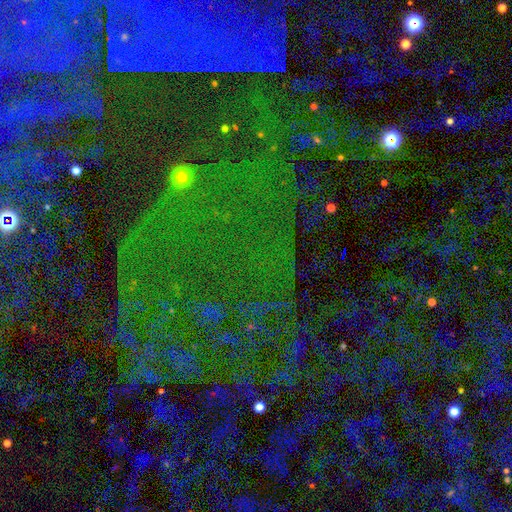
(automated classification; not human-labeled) A star or artifact, not a galaxy (81%).

Vote fractions:
- Smooth or featured? star or artifact: 81% / smooth: 10% / featured or disk: 9%